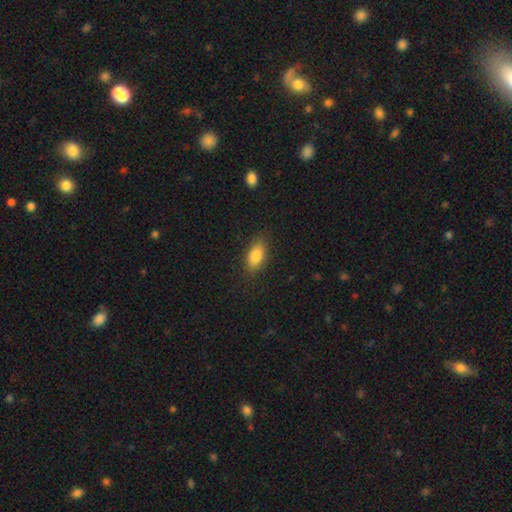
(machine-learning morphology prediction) smooth_or_featured: smooth (p=0.84) [alt: featured or disk p=0.09]
how_rounded: in between (p=0.87) [alt: cigar-shaped p=0.08]
merging: none (p=0.84) [alt: minor disturbance p=0.12]